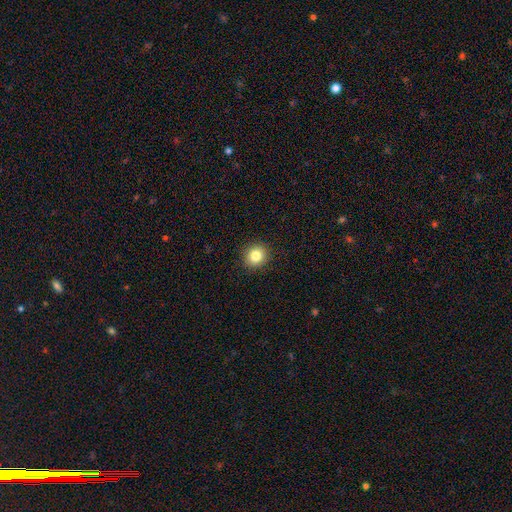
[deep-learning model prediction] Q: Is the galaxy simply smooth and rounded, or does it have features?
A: smooth — 83%.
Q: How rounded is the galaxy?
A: round — 89%.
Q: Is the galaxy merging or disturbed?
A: none — 92%.